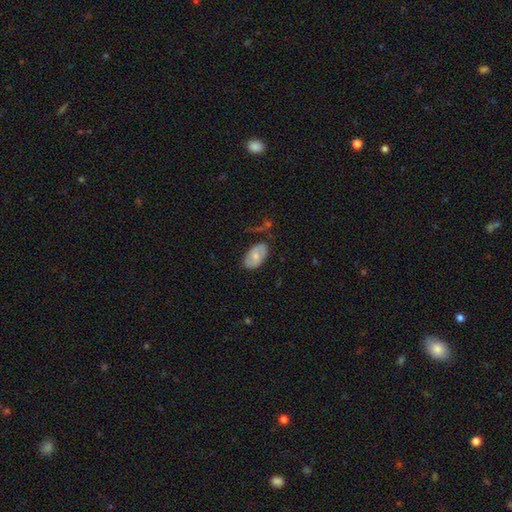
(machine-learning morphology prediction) Smooth or featured?
  - smooth: 62% *
  - featured or disk: 31%
  - star or artifact: 7%
How rounded?
  - in between: 92% *
  - round: 6%
  - cigar-shaped: 2%
Merging?
  - none: 65% *
  - minor disturbance: 23%
  - major disturbance: 8%
  - merger: 5%